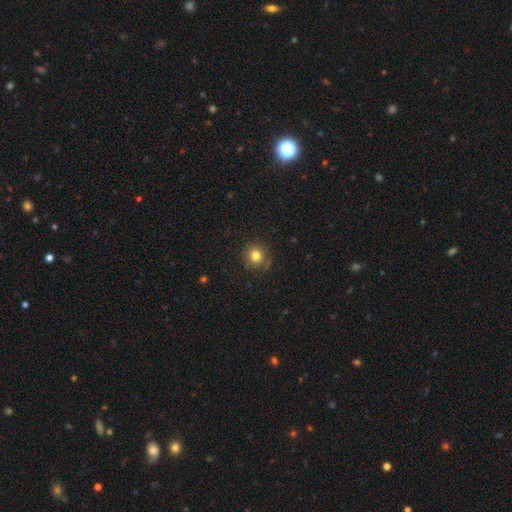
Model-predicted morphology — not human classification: This appears to be a smooth galaxy with no disk features (79%) that is round (90%). Merging: none (84%).